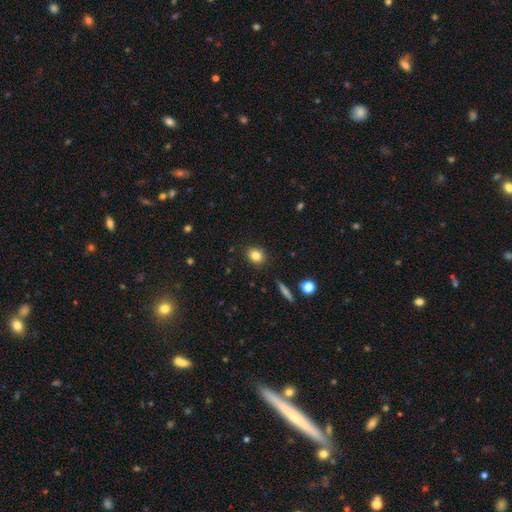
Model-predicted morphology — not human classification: This is clearly a smooth galaxy (82%). How rounded: likely round (69%). Merging: clearly none (89%).